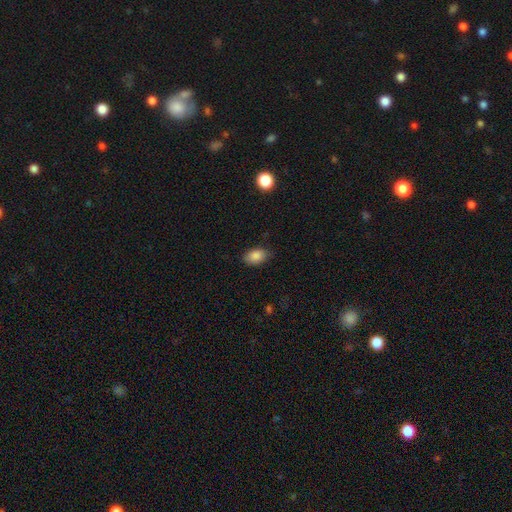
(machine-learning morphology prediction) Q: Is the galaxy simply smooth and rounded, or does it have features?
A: smooth — 87%.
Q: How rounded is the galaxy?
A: in between — 89%.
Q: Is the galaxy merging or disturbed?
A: none — 82%.